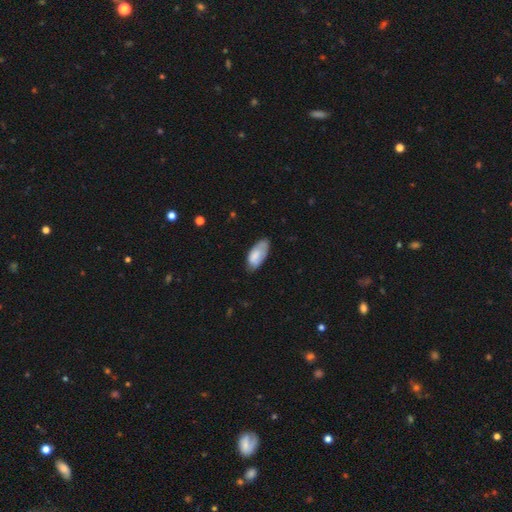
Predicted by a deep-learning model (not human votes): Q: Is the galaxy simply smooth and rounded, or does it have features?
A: smooth — 75%.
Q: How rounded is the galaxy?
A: in between — 90%.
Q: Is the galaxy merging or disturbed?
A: none — 60%.